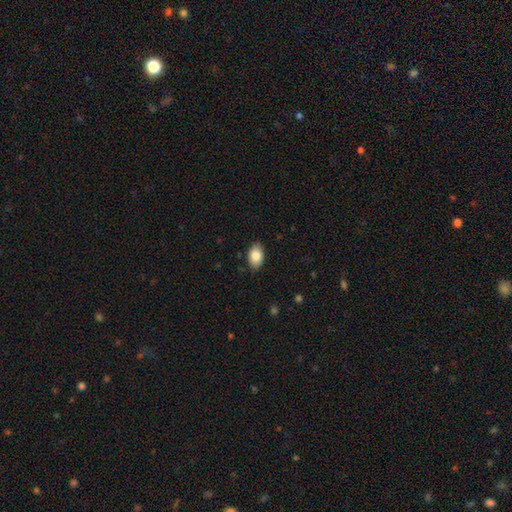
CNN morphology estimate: Overall: smooth (85%). How rounded: in between (90%). Merging: none (86%).